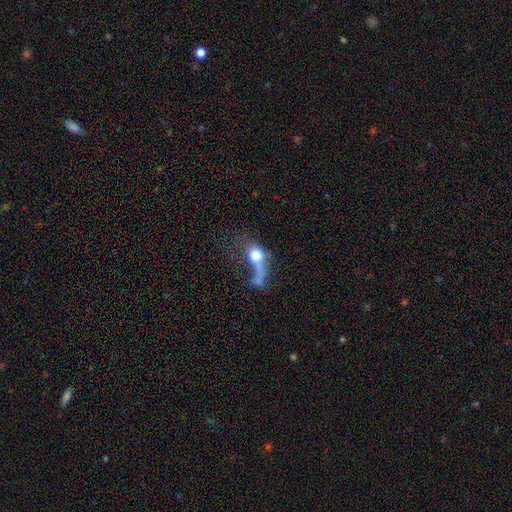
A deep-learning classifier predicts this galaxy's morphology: smooth-or-featured: smooth: 60% | featured or disk: 28% | star or artifact: 12%
  how-rounded: in between: 52% | round: 39% | cigar-shaped: 10%
  merging: major disturbance: 49% | merger: 25% | none: 15% | minor disturbance: 11%